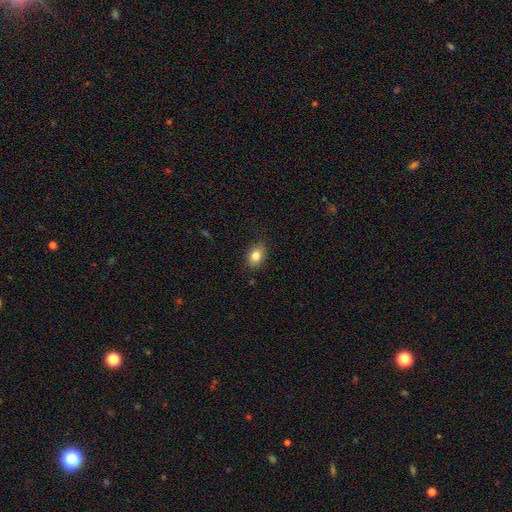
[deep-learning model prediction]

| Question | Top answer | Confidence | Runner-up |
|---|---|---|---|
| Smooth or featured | smooth | 83% | star or artifact (9%) |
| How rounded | in between | 75% | round (23%) |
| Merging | none | 83% | minor disturbance (13%) |